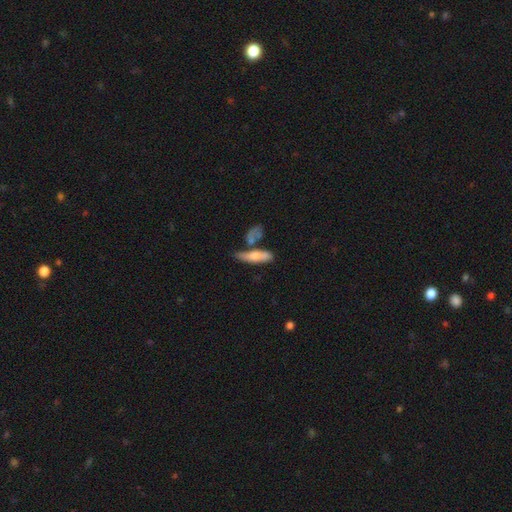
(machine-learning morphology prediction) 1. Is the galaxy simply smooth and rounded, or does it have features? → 62% smooth, 30% featured or disk, 8% star or artifact.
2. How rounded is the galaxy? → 51% cigar-shaped, 45% in between, 3% round.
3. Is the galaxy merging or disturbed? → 36% none, 34% merger, 18% minor disturbance, 13% major disturbance.